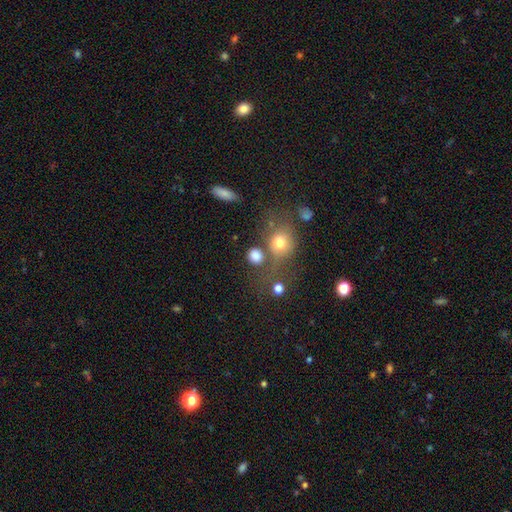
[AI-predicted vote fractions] smooth_or_featured: smooth (p=0.79) [alt: star or artifact p=0.13]
how_rounded: round (p=0.77) [alt: in between p=0.22]
merging: none (p=0.61) [alt: merger p=0.19]